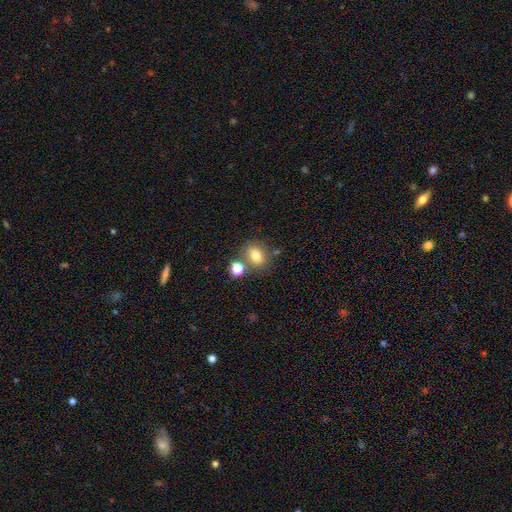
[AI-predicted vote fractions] smooth 76%, star or artifact 13%, featured or disk 11%. Down the decision tree: how rounded — round (51%); merging — none (67%).